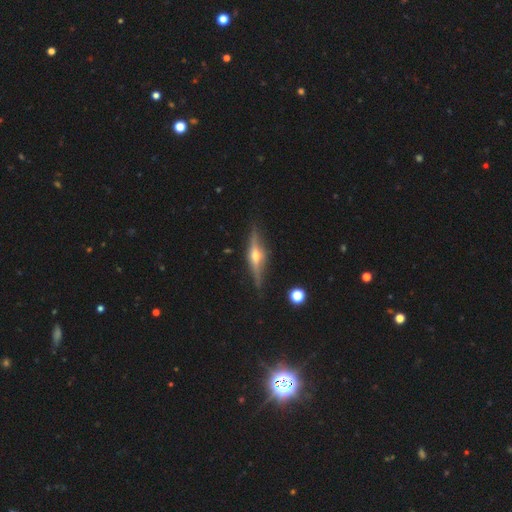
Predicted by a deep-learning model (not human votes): featured or disk 78%, smooth 15%, star or artifact 7%. Down the decision tree: edge-on disk — yes (96%); edge-on bulge — rounded (91%); merging — none (86%).